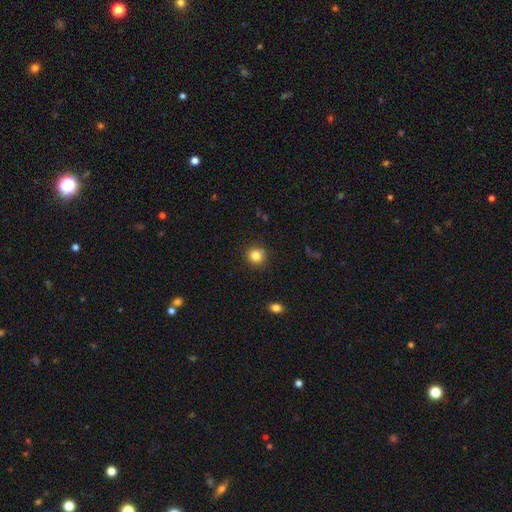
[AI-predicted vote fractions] Q: Smooth or featured?
A: smooth (83%); runner-up: star or artifact (11%)
Q: How rounded?
A: round (91%); runner-up: in between (8%)
Q: Merging?
A: none (88%); runner-up: minor disturbance (8%)